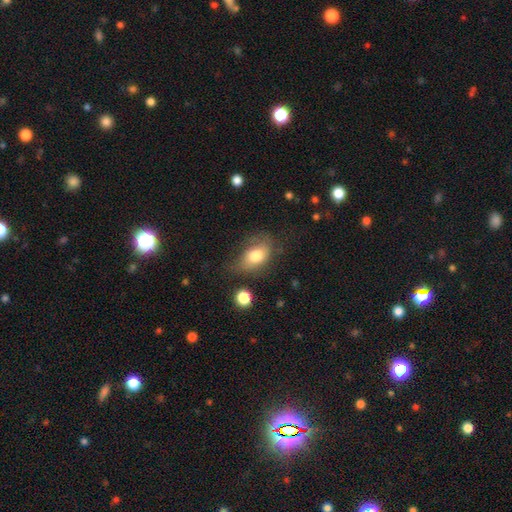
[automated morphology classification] The model was most divided on "merging": none: 44%, minor disturbance: 33%, major disturbance: 20%, merger: 4%. More confident: how rounded — in between (82%); smooth or featured — smooth (74%).